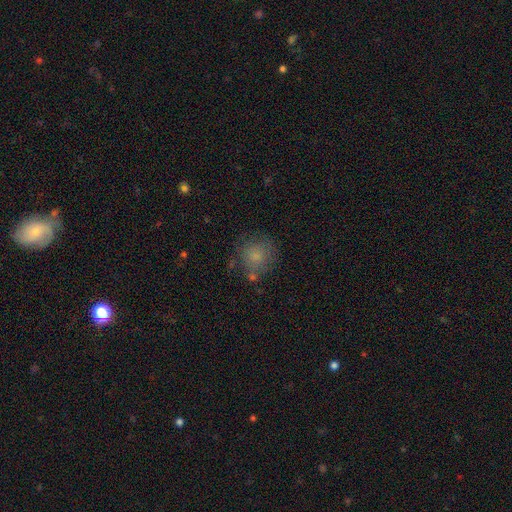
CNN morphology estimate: smooth-or-featured: smooth: 78% | star or artifact: 11% | featured or disk: 11%
  how-rounded: round: 87% | in between: 12% | cigar-shaped: 1%
  merging: none: 66% | minor disturbance: 18% | merger: 8% | major disturbance: 8%